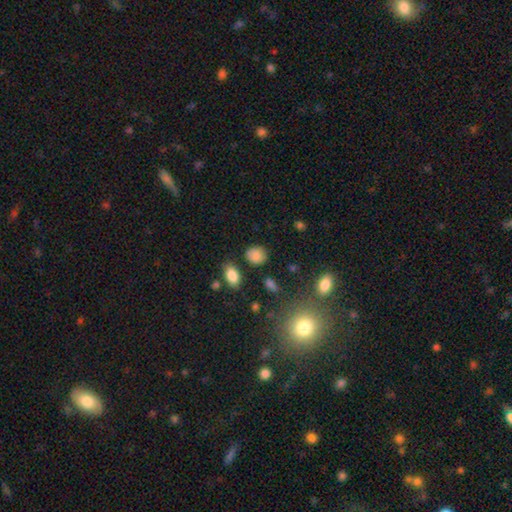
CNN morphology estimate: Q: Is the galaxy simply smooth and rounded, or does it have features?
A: smooth — 83%.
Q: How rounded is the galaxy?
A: round — 70%.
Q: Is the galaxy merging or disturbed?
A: none — 76%.